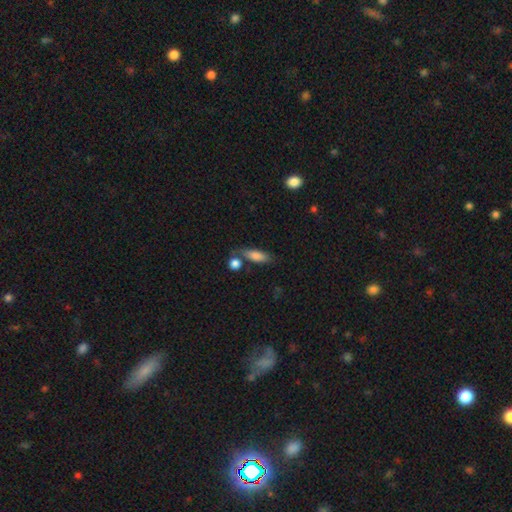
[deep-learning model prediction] A smooth galaxy with no disk features (79%) that is in between round and cigar-shaped (62%).

Vote fractions:
- Smooth or featured? smooth: 79% / featured or disk: 13% / star or artifact: 7%
- How rounded? in between: 62% / cigar-shaped: 34% / round: 4%
- Merging? none: 63% / minor disturbance: 16% / merger: 15% / major disturbance: 5%